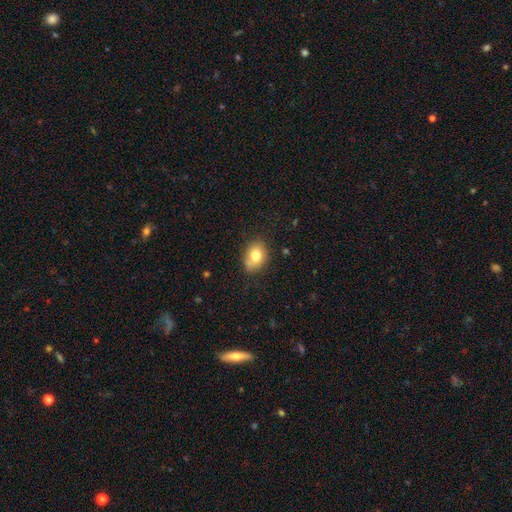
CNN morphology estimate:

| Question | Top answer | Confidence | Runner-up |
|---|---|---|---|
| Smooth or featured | smooth | 77% | featured or disk (13%) |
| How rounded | in between | 66% | round (33%) |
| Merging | none | 70% | minor disturbance (21%) |